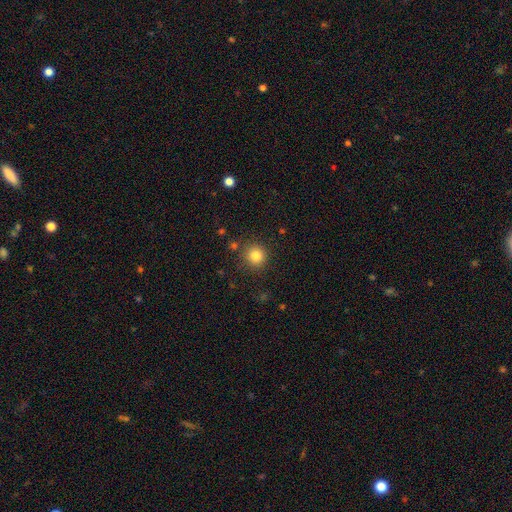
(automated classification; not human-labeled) This appears to be a smooth galaxy with no disk features (83%) that is round (93%). Merging: none (87%).